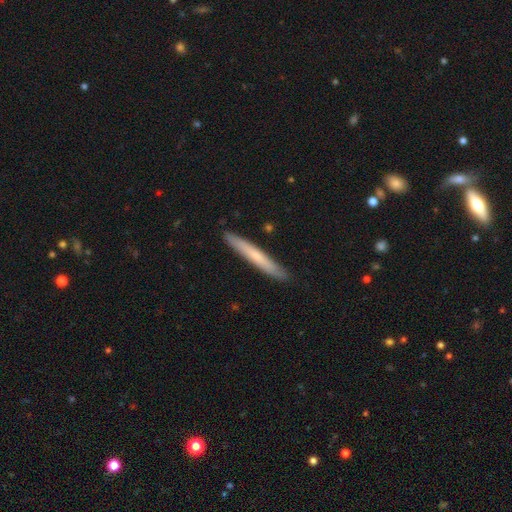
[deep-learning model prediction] Q: Smooth or featured?
A: smooth (60%); runner-up: featured or disk (35%)
Q: How rounded?
A: cigar-shaped (96%); runner-up: in between (3%)
Q: Merging?
A: none (90%); runner-up: minor disturbance (7%)